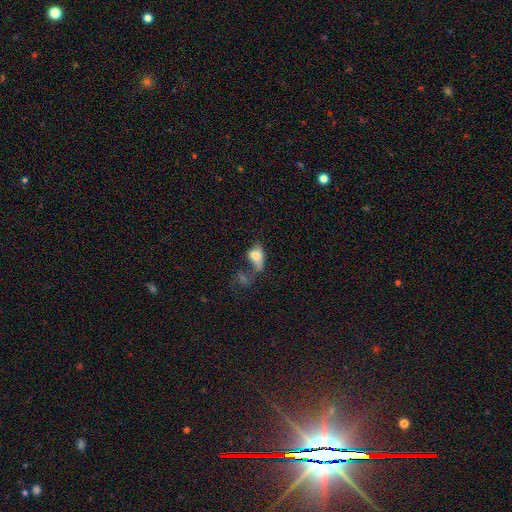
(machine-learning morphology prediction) smooth-or-featured: smooth: 64% | featured or disk: 25% | star or artifact: 12%
  how-rounded: in between: 81% | round: 13% | cigar-shaped: 7%
  merging: major disturbance: 32% | merger: 29% | none: 22% | minor disturbance: 17%